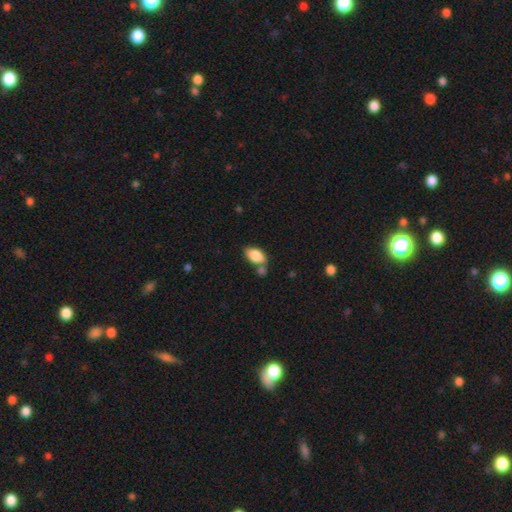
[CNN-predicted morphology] This appears to be a smooth galaxy with no disk features (83%) that is in between round and cigar-shaped (92%). Merging: none (55%).